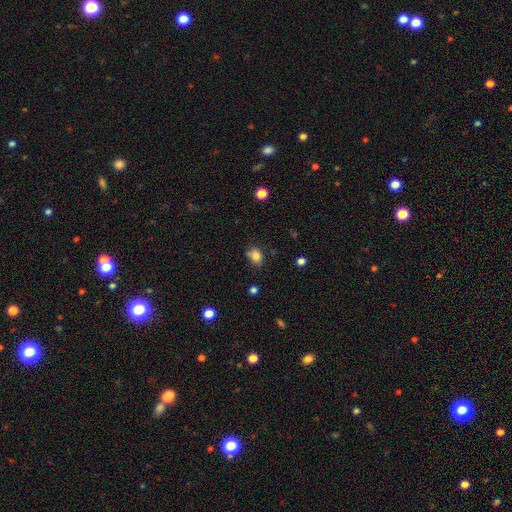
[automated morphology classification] Smooth or featured? Predicted: smooth (p=0.82). How rounded? Predicted: in between (p=0.52). Merging? Predicted: none (p=0.67).